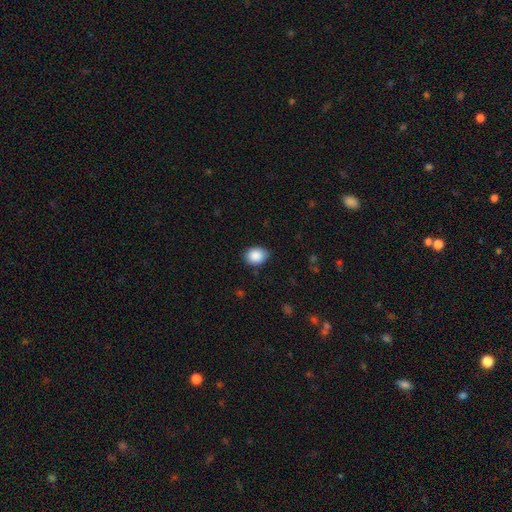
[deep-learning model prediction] smooth_or_featured: smooth (p=0.89) [alt: star or artifact p=0.08]
how_rounded: in between (p=0.55) [alt: round p=0.44]
merging: none (p=0.80) [alt: minor disturbance p=0.16]